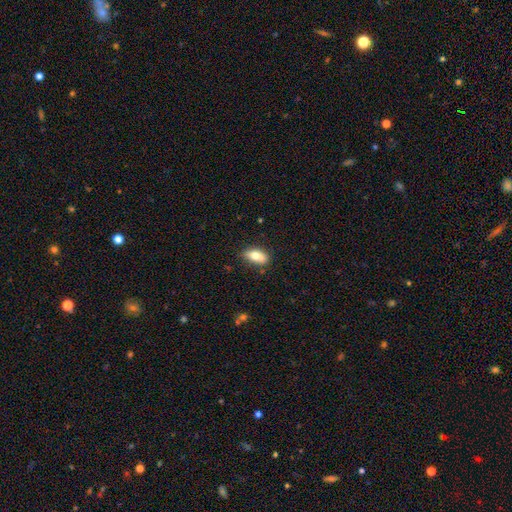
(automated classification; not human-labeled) Overall: smooth (78%). How rounded: in between (86%). Merging: none (81%).